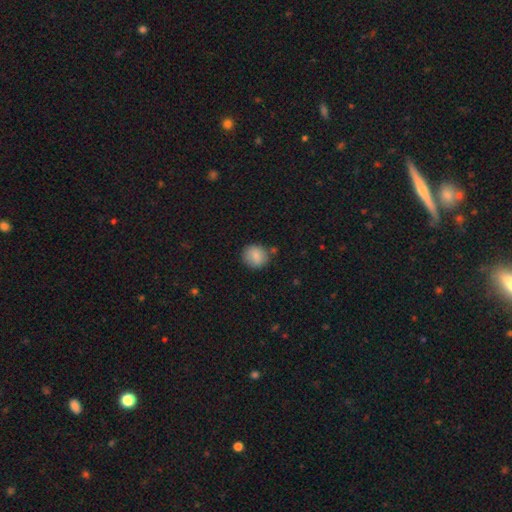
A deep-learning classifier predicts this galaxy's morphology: Q: Smooth or featured?
A: smooth (85%); runner-up: star or artifact (8%)
Q: How rounded?
A: round (86%); runner-up: in between (13%)
Q: Merging?
A: none (81%); runner-up: minor disturbance (12%)